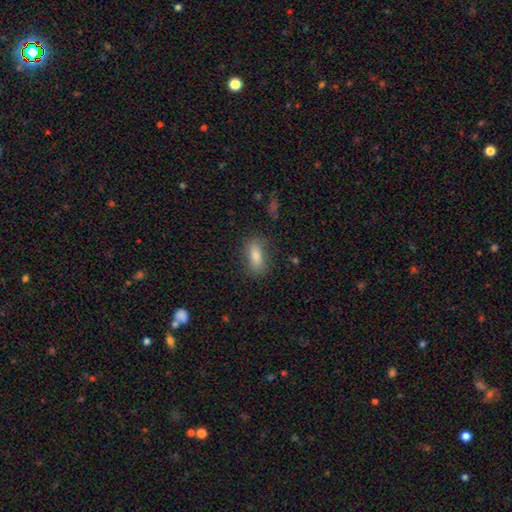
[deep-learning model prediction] Smooth or featured?
  - smooth: 79% *
  - featured or disk: 12%
  - star or artifact: 9%
How rounded?
  - in between: 73% *
  - cigar-shaped: 23%
  - round: 4%
Merging?
  - none: 81% *
  - minor disturbance: 14%
  - major disturbance: 4%
  - merger: 2%